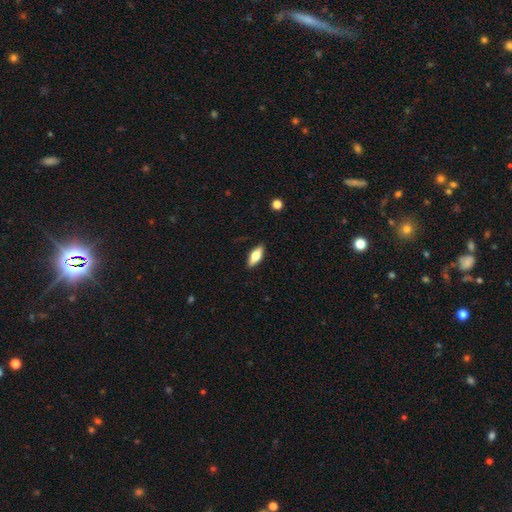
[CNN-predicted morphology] A smooth galaxy with no disk features (61%) that is in between round and cigar-shaped (75%). Merging: none (88%).